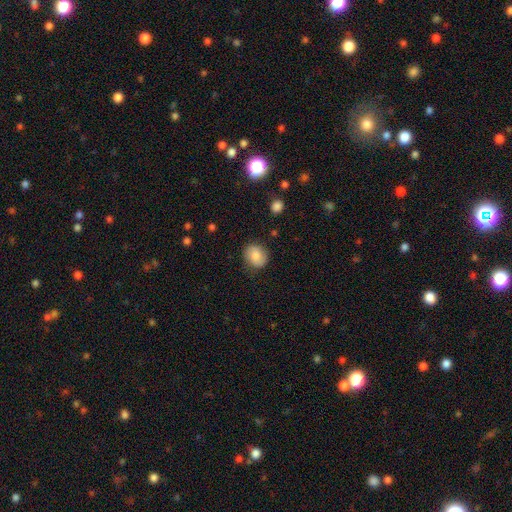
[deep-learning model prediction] The model was most divided on "how rounded": round: 67%, in between: 32%, cigar-shaped: 1%. More confident: merging — none (80%); smooth or featured — smooth (73%).